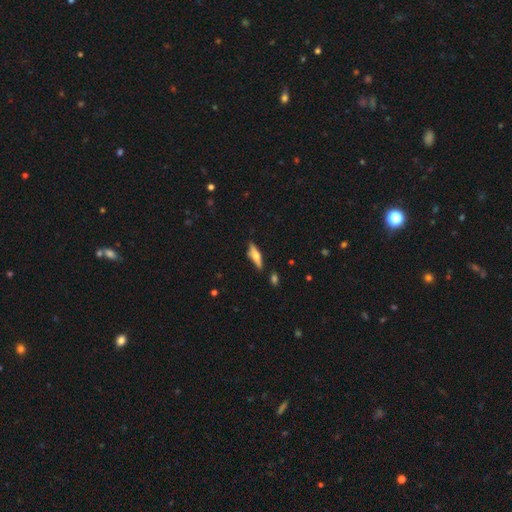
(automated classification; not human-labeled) Smooth or featured?
  - featured or disk: 52% *
  - smooth: 42%
  - star or artifact: 6%
Edge-on disk?
  - yes: 93% *
  - no: 7%
Merging?
  - none: 81% *
  - minor disturbance: 13%
  - major disturbance: 3%
  - merger: 3%